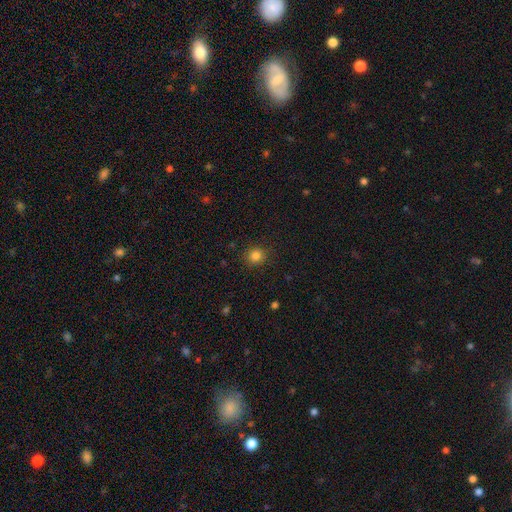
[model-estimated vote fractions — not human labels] Smooth or featured?
  - smooth: 83% *
  - star or artifact: 12%
  - featured or disk: 4%
How rounded?
  - round: 85% *
  - in between: 15%
  - cigar-shaped: 1%
Merging?
  - none: 88% *
  - minor disturbance: 8%
  - major disturbance: 3%
  - merger: 1%